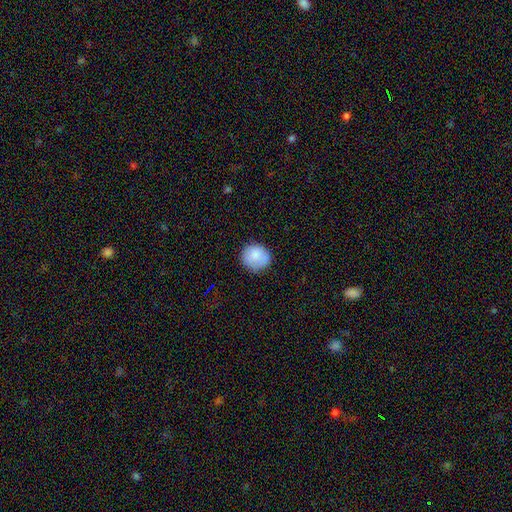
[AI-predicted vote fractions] Q: Smooth or featured?
A: smooth (83%); runner-up: featured or disk (9%)
Q: How rounded?
A: round (84%); runner-up: in between (15%)
Q: Merging?
A: none (80%); runner-up: minor disturbance (15%)